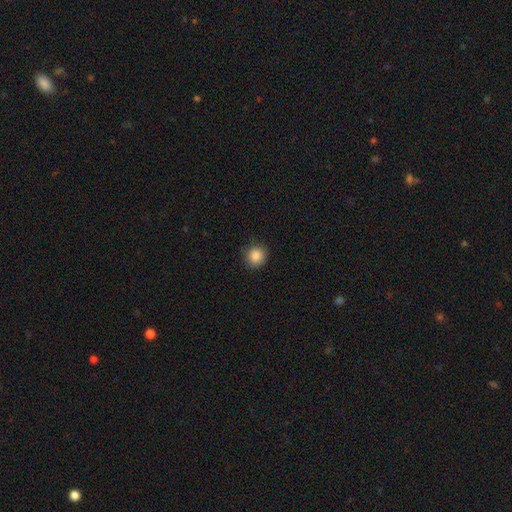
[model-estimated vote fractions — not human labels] smooth 87%, star or artifact 9%, featured or disk 3%. Down the decision tree: how rounded — round (88%); merging — none (87%).